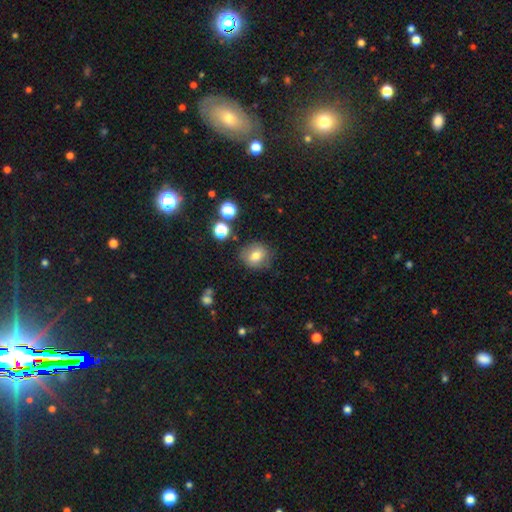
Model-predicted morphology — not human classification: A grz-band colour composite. It shows a smooth galaxy with no disk features (75%) that is round (77%). Merging: none (78%).